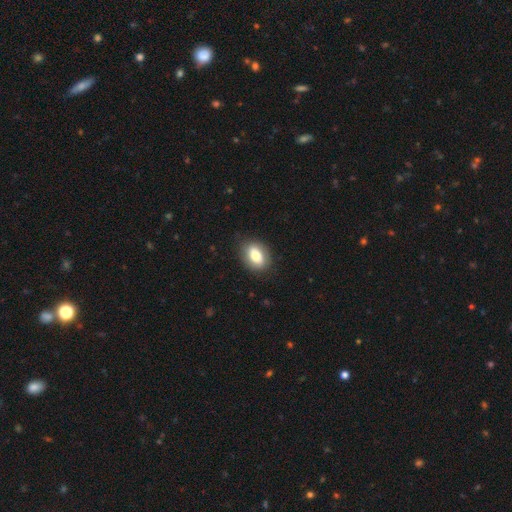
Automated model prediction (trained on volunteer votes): Smooth or featured: smooth — 74% (featured or disk — 19%)
How rounded: in between — 78% (round — 21%)
Merging: none — 83% (minor disturbance — 12%)